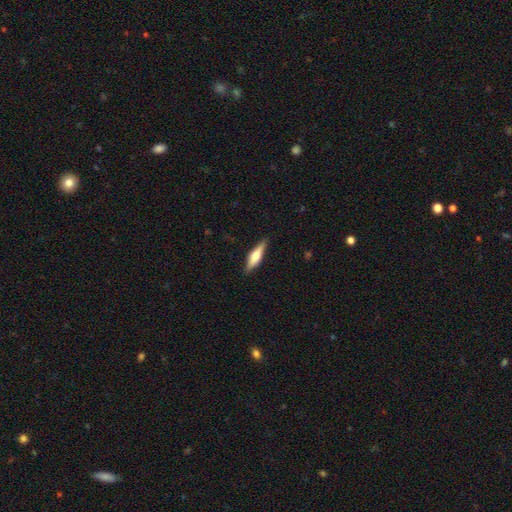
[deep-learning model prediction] Q: Smooth or featured?
A: smooth (48%); runner-up: featured or disk (46%)
Q: Merging?
A: none (87%); runner-up: minor disturbance (10%)